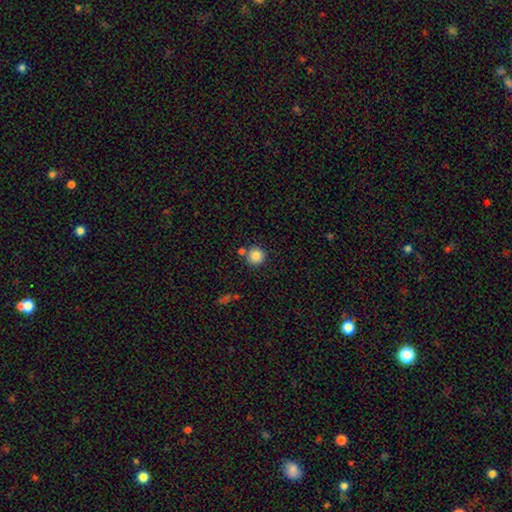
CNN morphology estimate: Smooth or featured?
  - smooth: 85% *
  - star or artifact: 10%
  - featured or disk: 5%
How rounded?
  - round: 95% *
  - in between: 4%
  - cigar-shaped: 1%
Merging?
  - none: 77% *
  - merger: 12%
  - minor disturbance: 8%
  - major disturbance: 3%